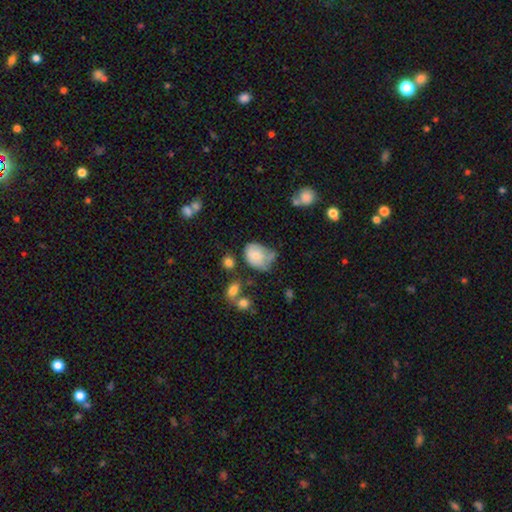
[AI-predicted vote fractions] Morphology: type=smooth (69%); roundness=in between (69%); merging=minor disturbance (39%).